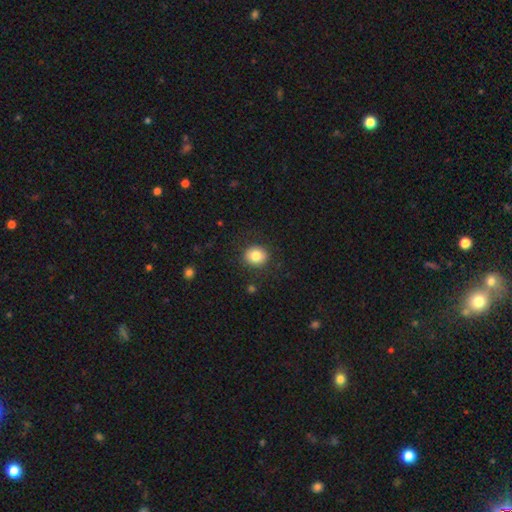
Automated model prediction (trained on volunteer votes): Smooth or featured?
  - smooth: 83% *
  - star or artifact: 10%
  - featured or disk: 8%
How rounded?
  - round: 77% *
  - in between: 22%
  - cigar-shaped: 1%
Merging?
  - none: 87% *
  - minor disturbance: 9%
  - major disturbance: 3%
  - merger: 1%